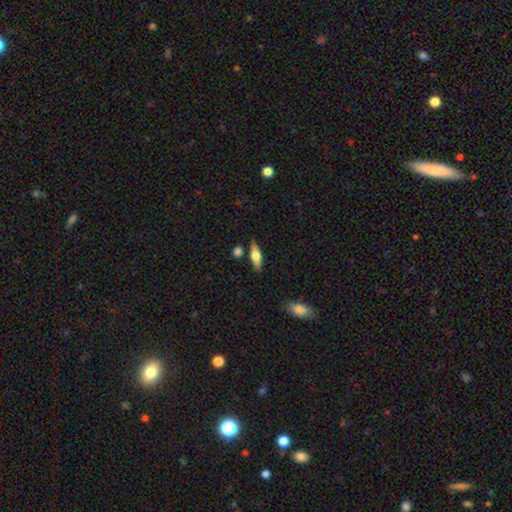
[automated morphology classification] Smooth or featured? Predicted: smooth (p=0.47, tied with featured or disk). Merging? Predicted: none (p=0.81).